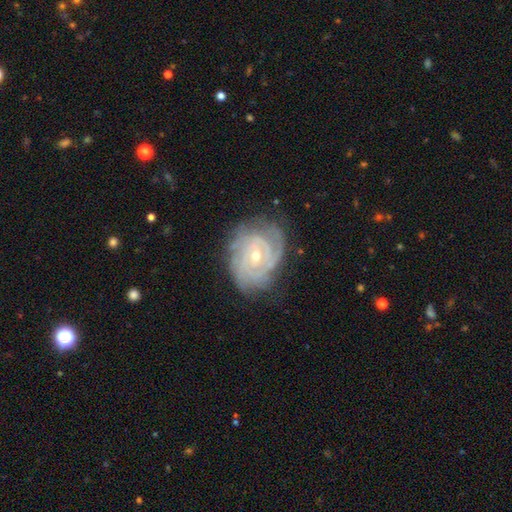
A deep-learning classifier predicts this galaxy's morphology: Smooth or featured? featured or disk (86%)
Edge-on disk? no (97%)
Bar? no (55%)
Spiral arms? yes (96%)
Spiral winding? tight (76%)
Spiral arm count? can't tell (33%)
Bulge size? small (60%)
Merging? none (72%)